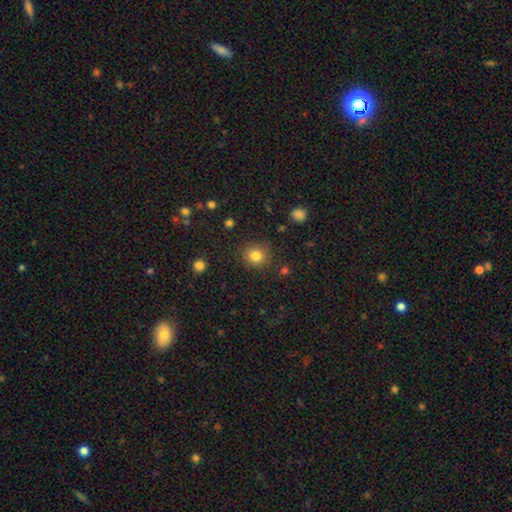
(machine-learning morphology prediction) Smooth or featured?
  - smooth: 81% *
  - star or artifact: 12%
  - featured or disk: 6%
How rounded?
  - round: 82% *
  - in between: 17%
  - cigar-shaped: 1%
Merging?
  - none: 83% *
  - minor disturbance: 12%
  - major disturbance: 3%
  - merger: 2%